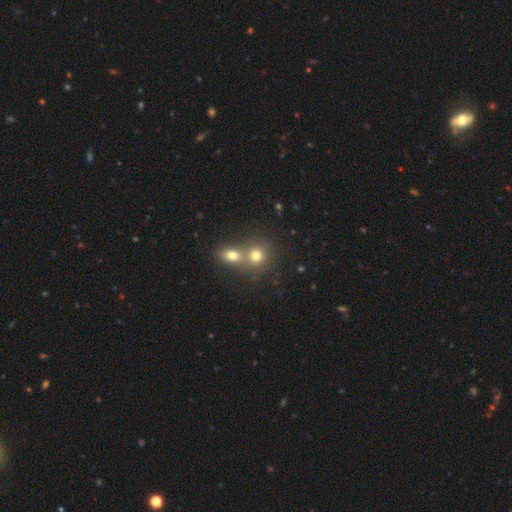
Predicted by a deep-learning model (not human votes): Smooth or featured? Predicted: smooth (p=0.73). How rounded? Predicted: round (p=0.79). Merging? Predicted: merger (p=0.53).